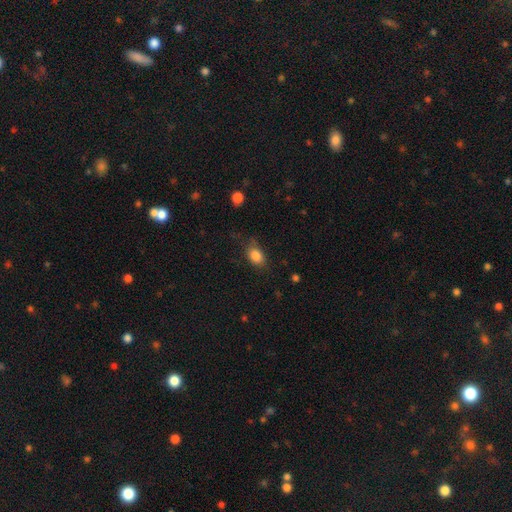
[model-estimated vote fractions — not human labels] Smooth or featured? smooth (85%)
How rounded? in between (75%)
Merging? none (68%)